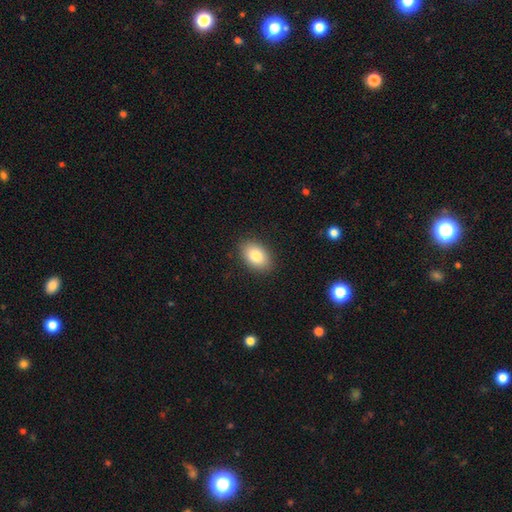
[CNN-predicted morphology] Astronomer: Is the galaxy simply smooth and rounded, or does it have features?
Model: smooth — 83%.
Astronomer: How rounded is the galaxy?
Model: in between — 86%.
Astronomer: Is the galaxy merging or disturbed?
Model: none — 88%.